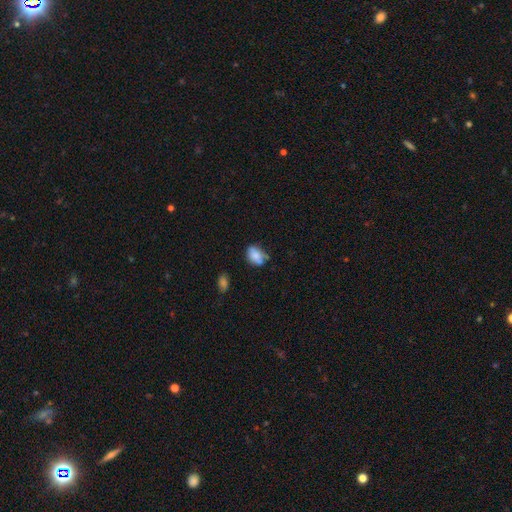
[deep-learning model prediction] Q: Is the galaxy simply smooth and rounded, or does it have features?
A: smooth — 75%.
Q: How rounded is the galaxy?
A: in between — 72%.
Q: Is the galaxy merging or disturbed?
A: none — 51%.